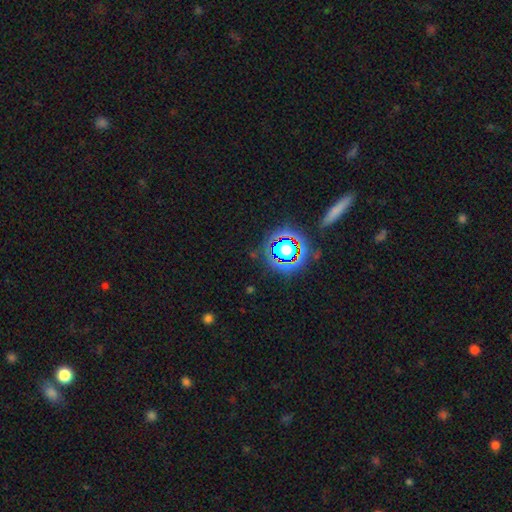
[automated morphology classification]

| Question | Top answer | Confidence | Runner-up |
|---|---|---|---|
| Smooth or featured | star or artifact | 73% | smooth (16%) |